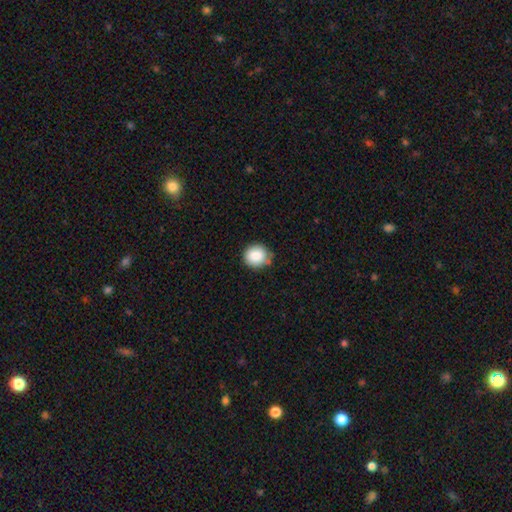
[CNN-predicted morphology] Overall: smooth (87%). How rounded: round (84%). Merging: none (75%).